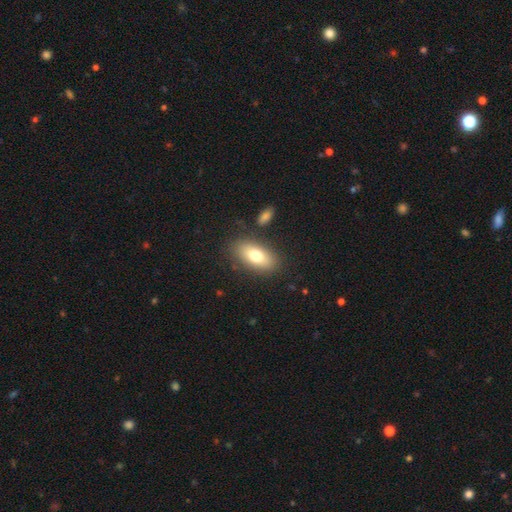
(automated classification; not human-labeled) smooth-or-featured: smooth: 76% | featured or disk: 17% | star or artifact: 8%
  how-rounded: in between: 89% | cigar-shaped: 6% | round: 5%
  merging: none: 82% | minor disturbance: 11% | merger: 4% | major disturbance: 4%